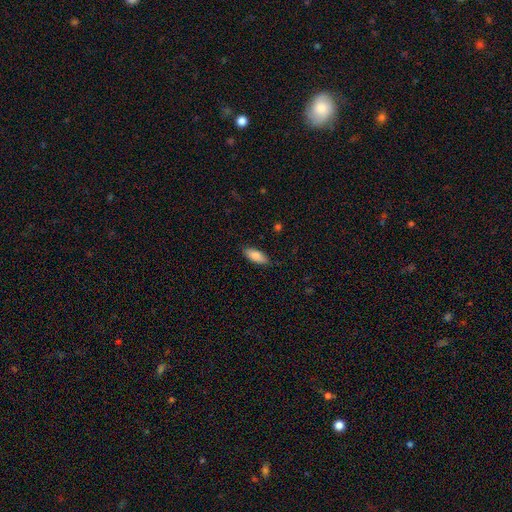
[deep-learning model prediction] Smooth or featured? Predicted: smooth (p=0.84). How rounded? Predicted: in between (p=0.82). Merging? Predicted: none (p=0.86).